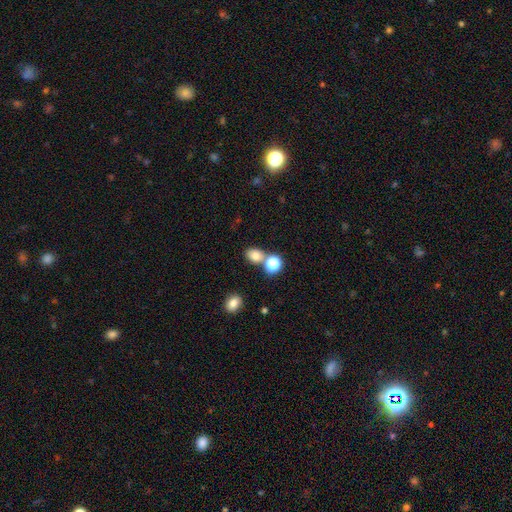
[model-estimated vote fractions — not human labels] smooth 76%, star or artifact 15%, featured or disk 8%. Down the decision tree: how rounded — in between (51%); merging — none (63%).